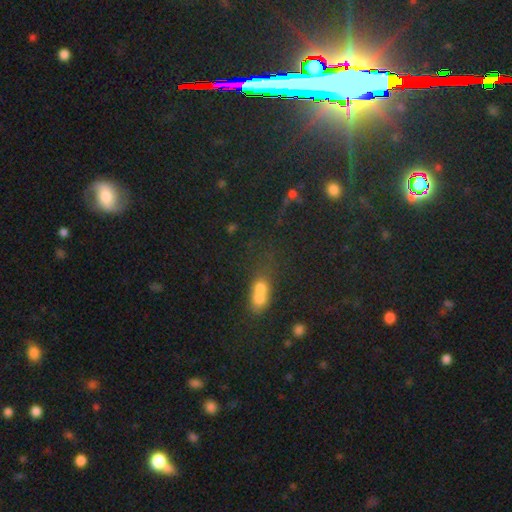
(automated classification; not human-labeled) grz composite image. It shows a star or artifact, not a galaxy (57%).